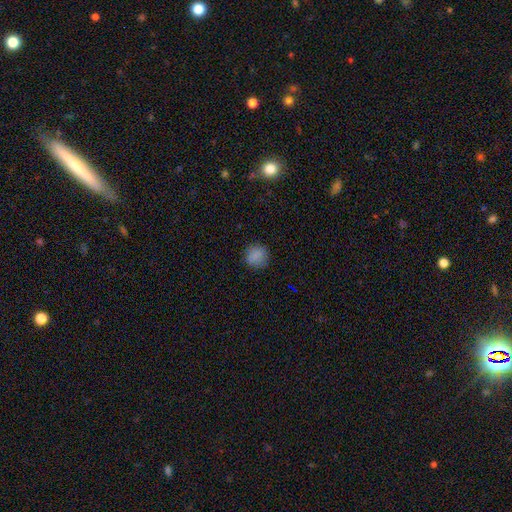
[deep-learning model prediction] A smooth galaxy with no disk features (83%) that is round (85%). Merging: none (83%).